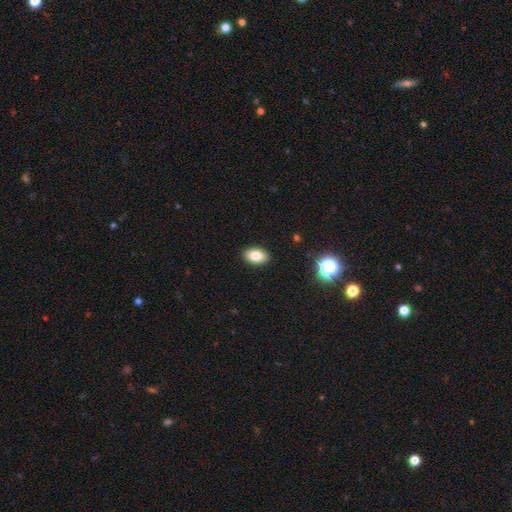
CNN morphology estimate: smooth_or_featured: smooth (p=0.82) [alt: star or artifact p=0.09]
how_rounded: in between (p=0.90) [alt: round p=0.08]
merging: none (p=0.90) [alt: minor disturbance p=0.07]